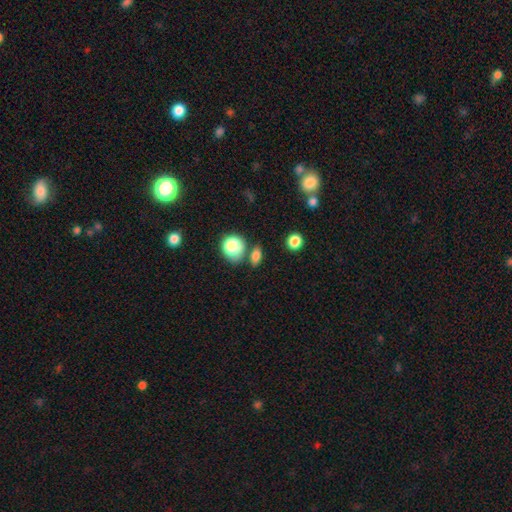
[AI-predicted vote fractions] A smooth galaxy with no disk features (79%) that is in between round and cigar-shaped (59%).

Vote fractions:
- Smooth or featured? smooth: 79% / star or artifact: 13% / featured or disk: 8%
- How rounded? in between: 59% / round: 35% / cigar-shaped: 6%
- Merging? none: 67% / minor disturbance: 14% / merger: 14% / major disturbance: 5%